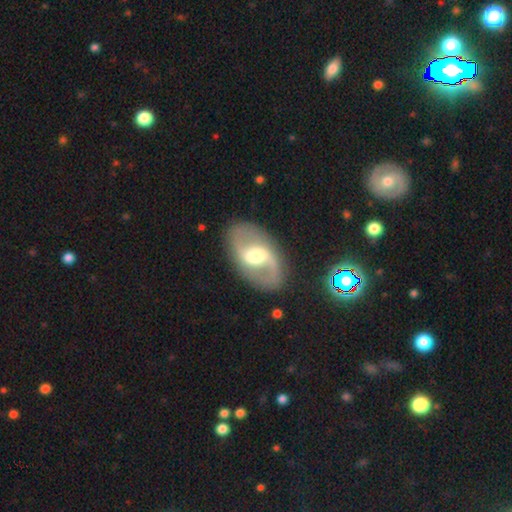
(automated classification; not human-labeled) Smooth or featured? featured or disk (82%)
Edge-on disk? no (96%)
Bar? weak (49%)
Spiral arms? yes (89%)
Spiral winding? loose (50%)
Spiral arm count? 2 (91%)
Bulge size? moderate (64%)
Merging? none (85%)